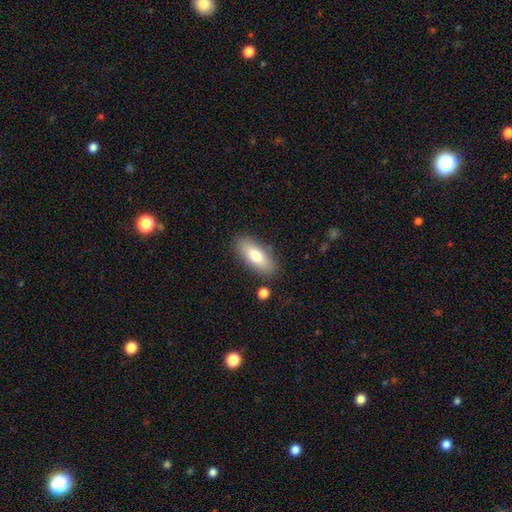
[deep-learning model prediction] A smooth galaxy with no disk features (77%) that is in between round and cigar-shaped (78%).

Vote fractions:
- Smooth or featured? smooth: 77% / featured or disk: 16% / star or artifact: 6%
- How rounded? in between: 78% / cigar-shaped: 20% / round: 2%
- Merging? none: 84% / minor disturbance: 11% / merger: 3% / major disturbance: 3%